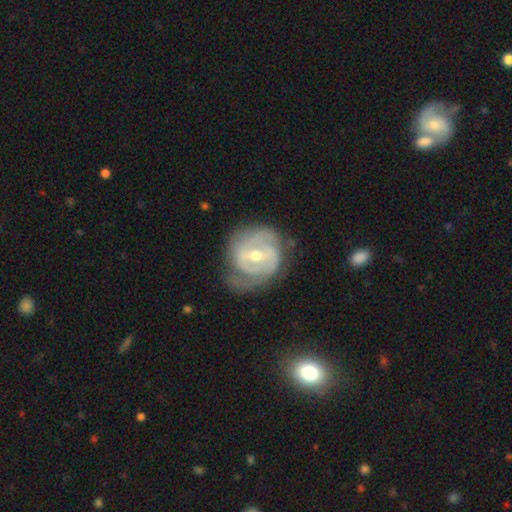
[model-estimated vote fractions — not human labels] Smooth or featured? featured or disk (85%)
Edge-on disk? no (97%)
Bar? weak (48%)
Spiral arms? yes (91%)
Spiral winding? tight (59%)
Spiral arm count? 2 (58%)
Bulge size? moderate (64%)
Merging? none (65%)